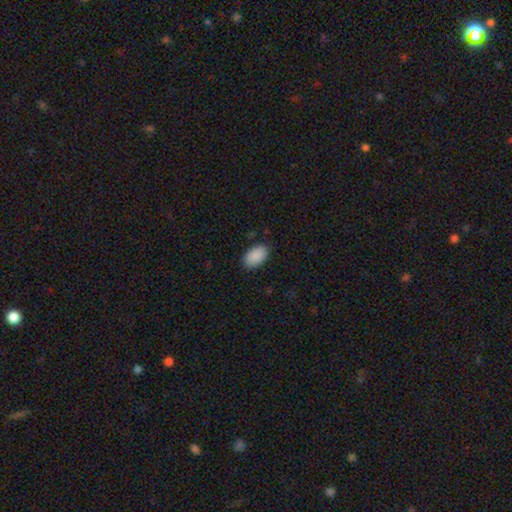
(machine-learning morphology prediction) A smooth galaxy with no disk features (91%) that is in between round and cigar-shaped (92%). Merging: none (86%).